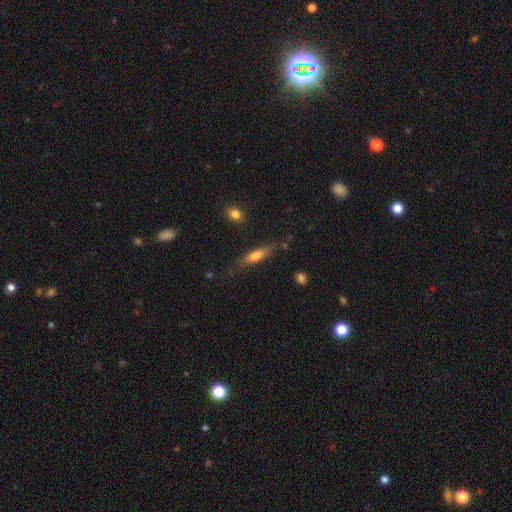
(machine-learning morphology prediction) smooth-or-featured: smooth: 65% | featured or disk: 28% | star or artifact: 7%
  how-rounded: cigar-shaped: 69% | in between: 29% | round: 2%
  merging: none: 75% | minor disturbance: 18% | major disturbance: 5% | merger: 3%